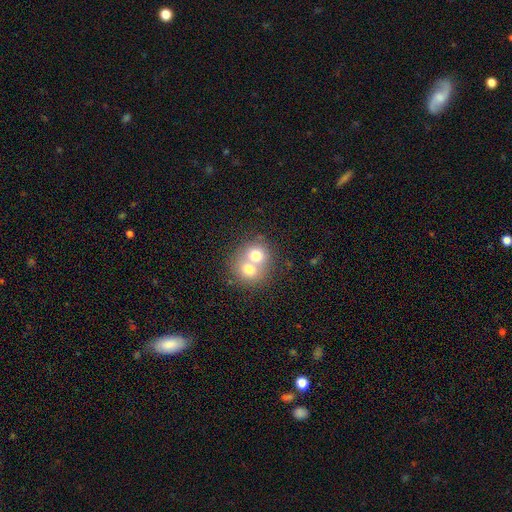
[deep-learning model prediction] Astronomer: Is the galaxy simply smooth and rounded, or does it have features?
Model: smooth — 68%.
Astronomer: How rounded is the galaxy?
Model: round — 74%.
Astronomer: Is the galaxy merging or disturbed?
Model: merger — 70%.